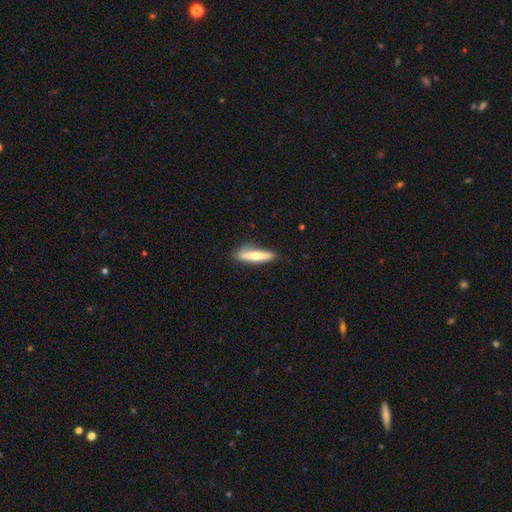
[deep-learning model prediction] smooth-or-featured: smooth: 58% | featured or disk: 37% | star or artifact: 5%
  how-rounded: cigar-shaped: 84% | in between: 14% | round: 2%
  merging: none: 85% | minor disturbance: 12% | major disturbance: 2% | merger: 1%